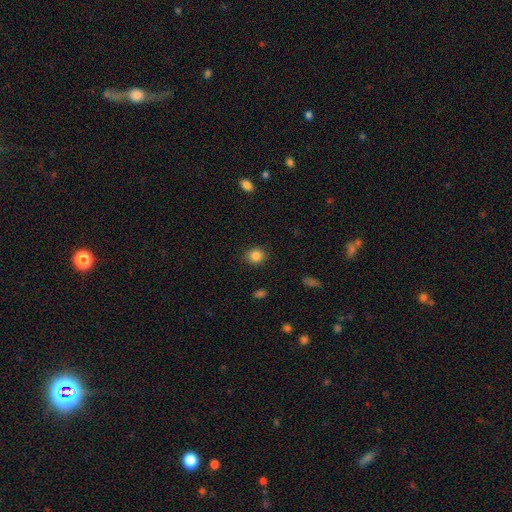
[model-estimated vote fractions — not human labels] smooth-or-featured: smooth: 85% | star or artifact: 10% | featured or disk: 4%
  how-rounded: round: 82% | in between: 17% | cigar-shaped: 1%
  merging: none: 89% | minor disturbance: 7% | major disturbance: 2% | merger: 1%